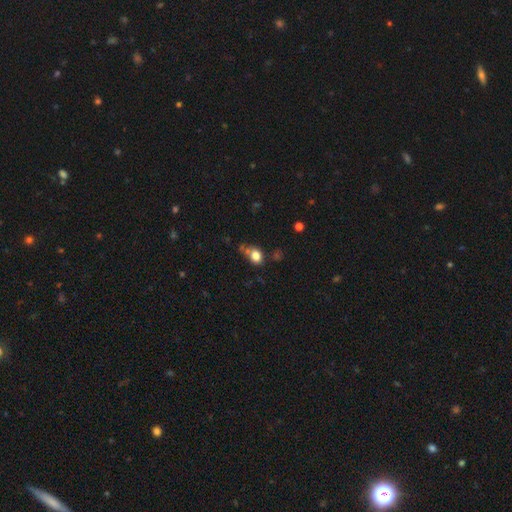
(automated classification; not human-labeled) smooth_or_featured: smooth (p=0.79) [alt: star or artifact p=0.12]
how_rounded: round (p=0.57) [alt: in between p=0.42]
merging: none (p=0.52) [alt: minor disturbance p=0.20]